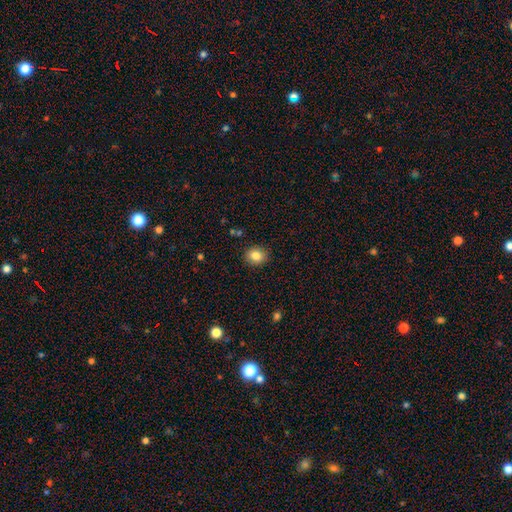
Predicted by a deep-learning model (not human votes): The model was most divided on "how rounded": round: 68%, in between: 32%, cigar-shaped: 1%. More confident: merging — none (90%); smooth or featured — smooth (83%).